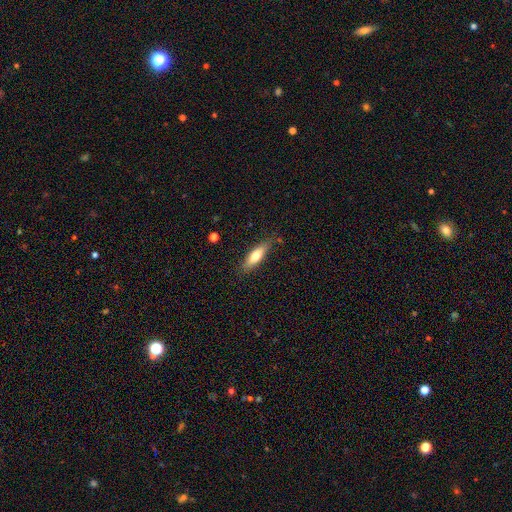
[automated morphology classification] smooth-or-featured: smooth: 69% | featured or disk: 25% | star or artifact: 6%
  how-rounded: cigar-shaped: 51% | in between: 47% | round: 2%
  merging: none: 81% | minor disturbance: 14% | major disturbance: 3% | merger: 2%